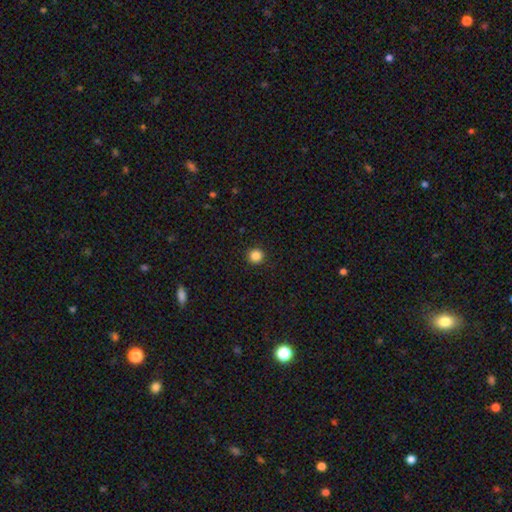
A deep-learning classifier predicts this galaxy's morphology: This appears to be a smooth galaxy with no disk features (86%) that is round (95%). Merging: none (93%).